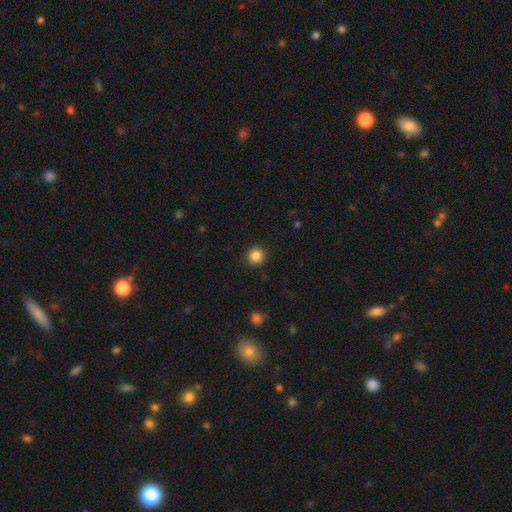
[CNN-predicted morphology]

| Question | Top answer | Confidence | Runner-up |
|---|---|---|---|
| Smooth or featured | smooth | 86% | star or artifact (11%) |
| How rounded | round | 95% | in between (4%) |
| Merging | none | 92% | minor disturbance (5%) |